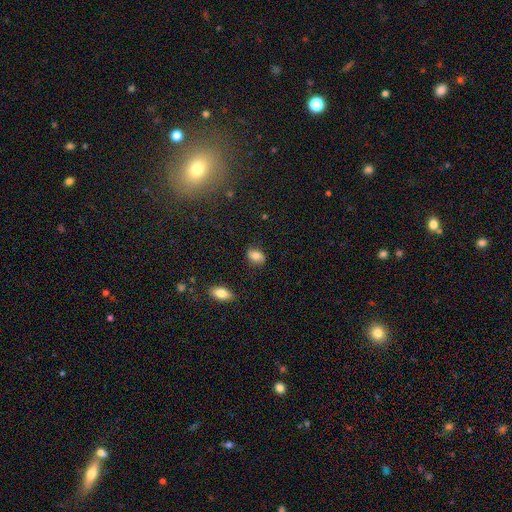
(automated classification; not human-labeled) This is likely a smooth galaxy (78%). How rounded: likely in between (78%). Merging: likely none (80%).